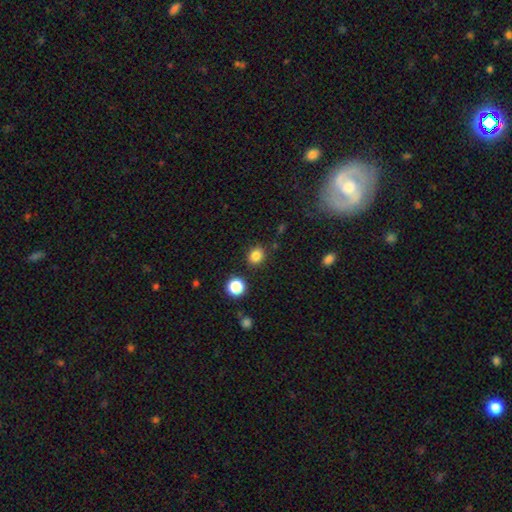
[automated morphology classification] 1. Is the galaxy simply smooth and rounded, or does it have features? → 82% smooth, 13% star or artifact, 5% featured or disk.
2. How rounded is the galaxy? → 73% round, 26% in between, 1% cigar-shaped.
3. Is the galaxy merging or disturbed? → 86% none, 8% minor disturbance, 3% merger, 3% major disturbance.